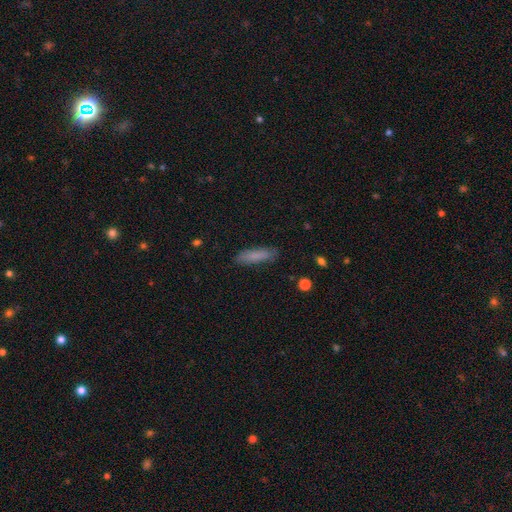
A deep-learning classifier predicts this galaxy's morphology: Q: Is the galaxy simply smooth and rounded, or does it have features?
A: smooth — 82%.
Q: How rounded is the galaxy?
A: cigar-shaped — 69%.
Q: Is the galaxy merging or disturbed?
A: none — 84%.